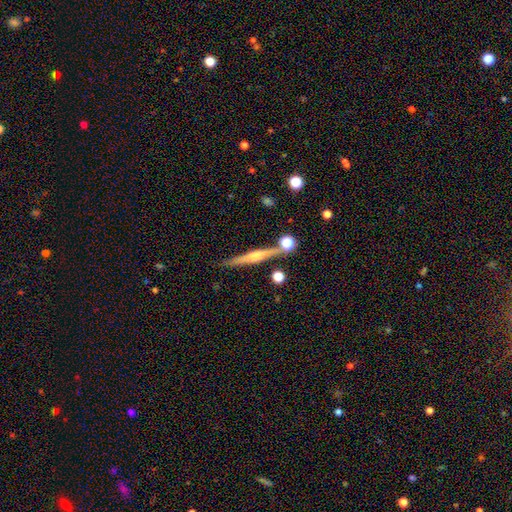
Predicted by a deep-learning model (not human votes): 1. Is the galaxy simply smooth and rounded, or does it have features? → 63% featured or disk, 29% smooth, 8% star or artifact.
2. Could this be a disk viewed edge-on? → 97% yes, 3% no.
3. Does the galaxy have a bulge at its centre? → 68% rounded, 17% none, 15% boxy.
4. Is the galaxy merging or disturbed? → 81% none, 9% minor disturbance, 7% merger, 2% major disturbance.